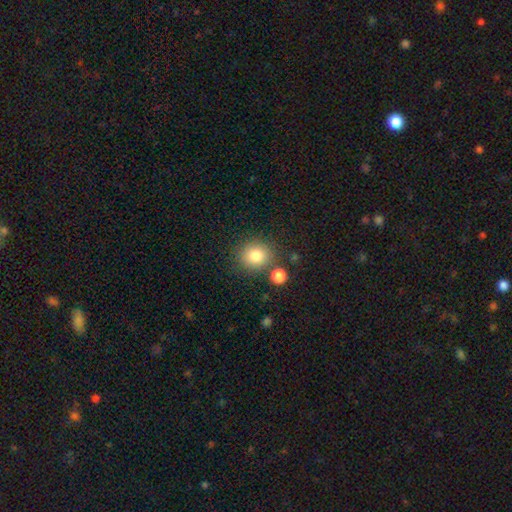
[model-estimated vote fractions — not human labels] smooth-or-featured: smooth: 84% | star or artifact: 10% | featured or disk: 6%
  how-rounded: round: 82% | in between: 17% | cigar-shaped: 1%
  merging: none: 76% | minor disturbance: 10% | merger: 10% | major disturbance: 4%